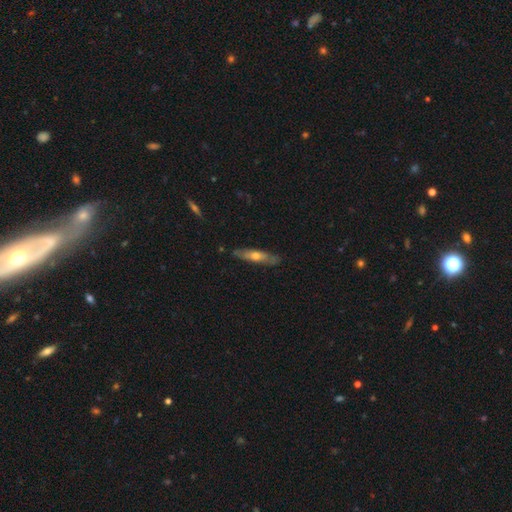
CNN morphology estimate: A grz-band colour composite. It shows a featured or disk galaxy (55%) viewed edge-on (70%). Merging: none (82%).